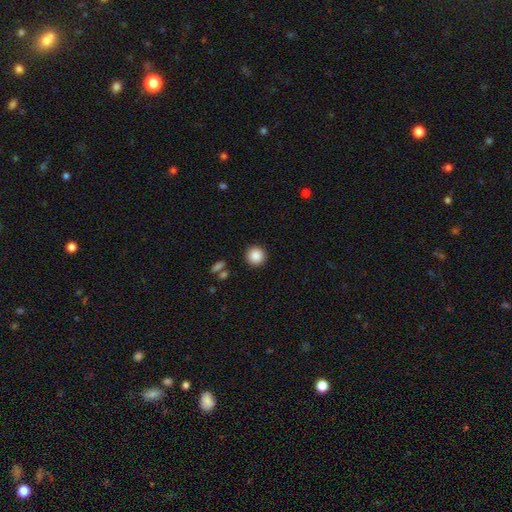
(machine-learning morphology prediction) This is clearly a smooth galaxy (87%). How rounded: clearly round (94%). Merging: clearly none (91%).